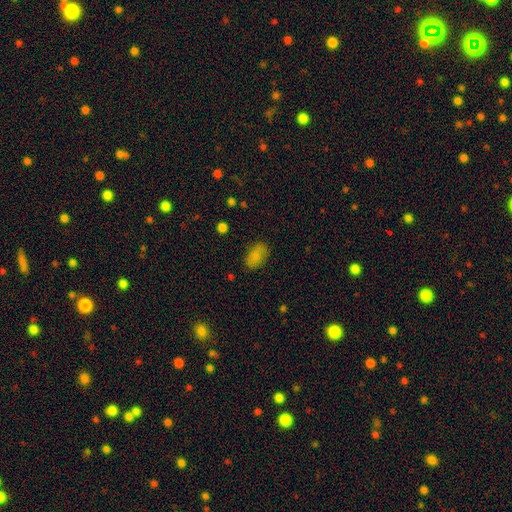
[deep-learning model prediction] Overall: smooth (82%). How rounded: in between (90%). Merging: none (80%).